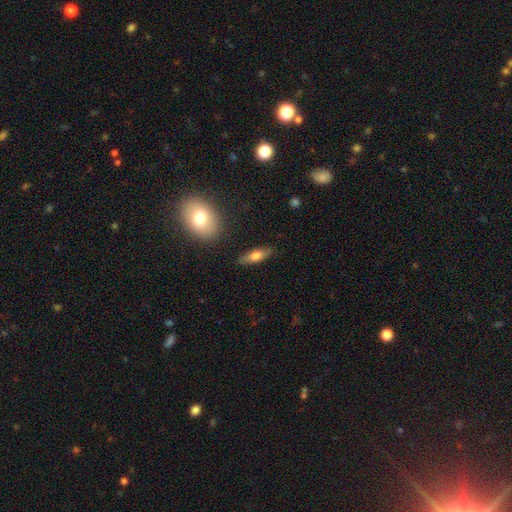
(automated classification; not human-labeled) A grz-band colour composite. It shows a smooth galaxy with no disk features (64%) that is in between round and cigar-shaped (49%). Merging: none (85%).